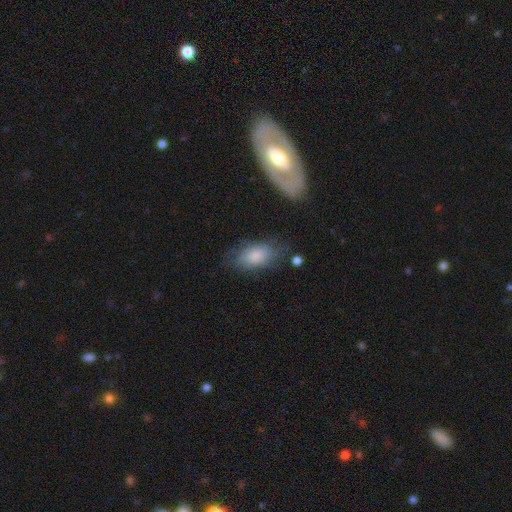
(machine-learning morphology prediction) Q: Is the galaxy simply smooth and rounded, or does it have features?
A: smooth — 75%.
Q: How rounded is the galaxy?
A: in between — 92%.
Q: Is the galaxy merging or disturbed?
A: none — 62%.